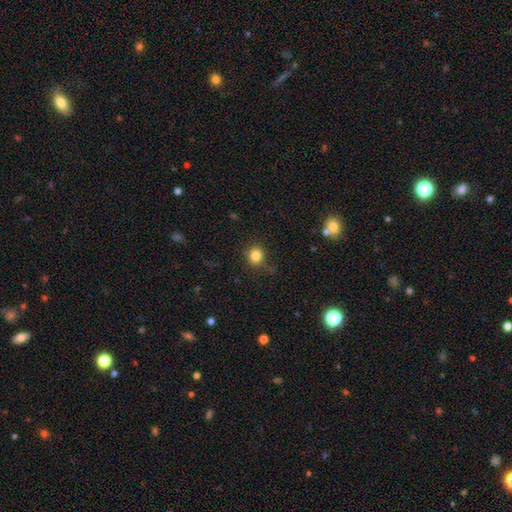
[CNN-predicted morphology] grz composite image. It shows a smooth galaxy with no disk features (82%) that is round (87%). Merging: none (77%).